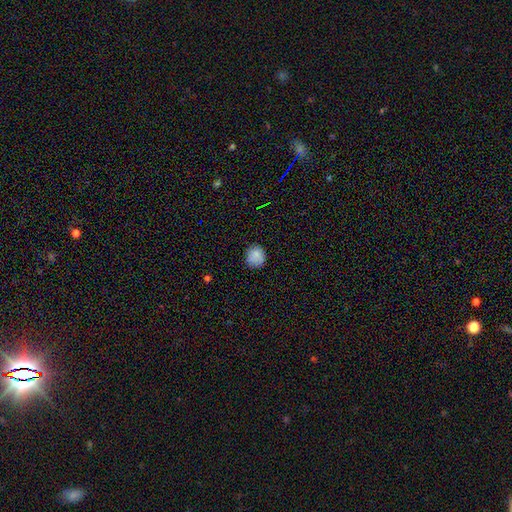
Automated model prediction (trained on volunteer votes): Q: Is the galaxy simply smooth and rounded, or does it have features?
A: smooth — 81%.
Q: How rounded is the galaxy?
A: round — 83%.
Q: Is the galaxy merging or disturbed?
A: none — 78%.